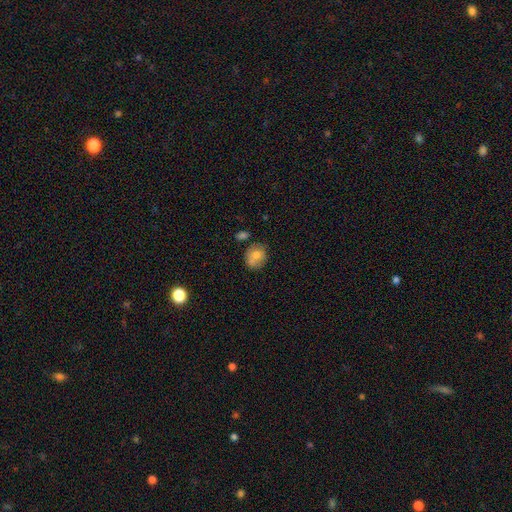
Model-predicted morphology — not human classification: Q: Smooth or featured?
A: smooth (70%); runner-up: featured or disk (21%)
Q: How rounded?
A: round (60%); runner-up: in between (39%)
Q: Merging?
A: none (57%); runner-up: minor disturbance (23%)